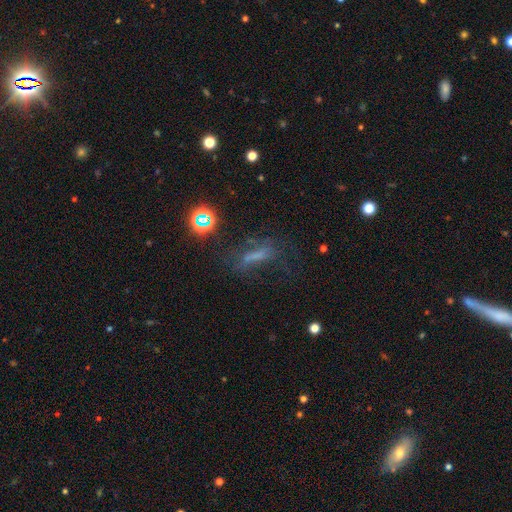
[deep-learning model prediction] A smooth galaxy with no disk features (38%). Merging: none (45%).